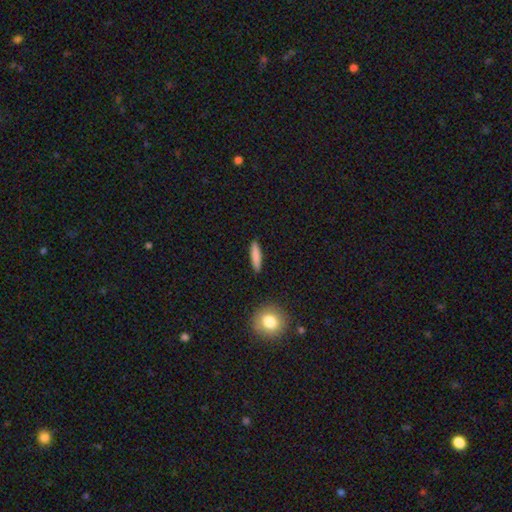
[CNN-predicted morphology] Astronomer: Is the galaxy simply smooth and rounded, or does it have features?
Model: smooth — 83%.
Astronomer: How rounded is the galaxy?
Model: cigar-shaped — 85%.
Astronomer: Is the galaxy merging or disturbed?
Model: none — 90%.